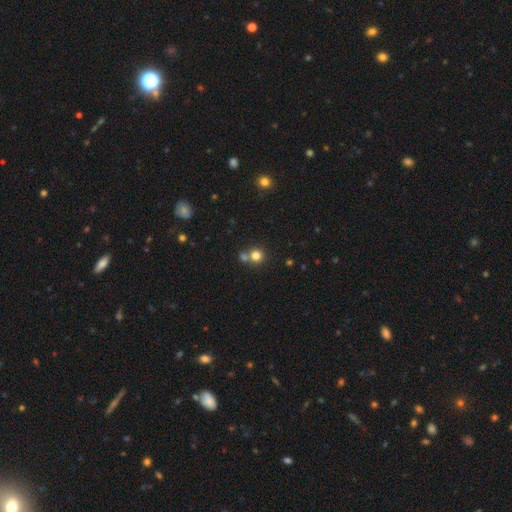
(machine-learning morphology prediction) Smooth or featured: smooth — 79% (star or artifact — 14%)
How rounded: round — 91% (in between — 8%)
Merging: none — 60% (merger — 30%)